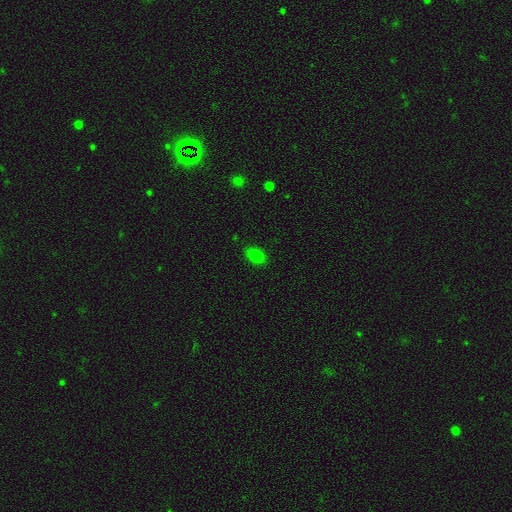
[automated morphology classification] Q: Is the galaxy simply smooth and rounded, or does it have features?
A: smooth — 81%.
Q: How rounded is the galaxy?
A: in between — 83%.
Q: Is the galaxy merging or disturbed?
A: none — 87%.